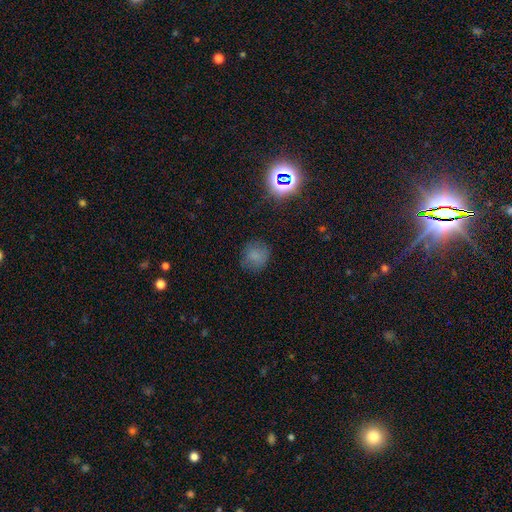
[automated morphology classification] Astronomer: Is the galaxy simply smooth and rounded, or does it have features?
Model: smooth — 75%.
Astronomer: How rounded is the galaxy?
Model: round — 87%.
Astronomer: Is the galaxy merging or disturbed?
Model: none — 79%.